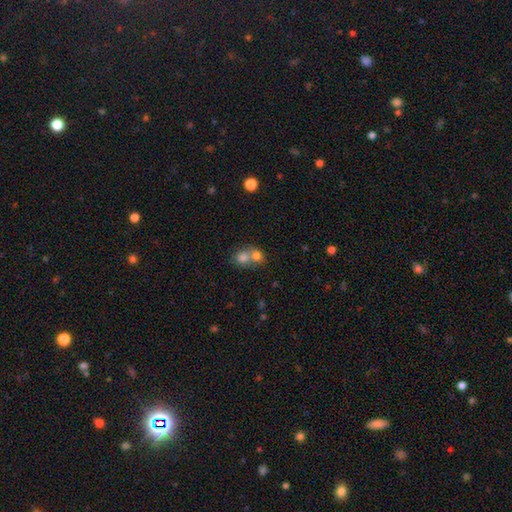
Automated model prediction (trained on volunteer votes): smooth_or_featured: smooth (p=0.75) [alt: featured or disk p=0.14]
how_rounded: round (p=0.71) [alt: in between p=0.28]
merging: merger (p=0.66) [alt: none p=0.26]